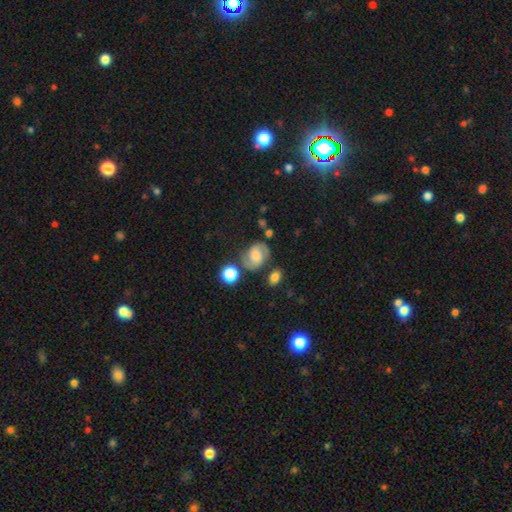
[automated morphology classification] Smooth or featured? Predicted: featured or disk (p=0.59). Edge-on disk? Predicted: no (p=0.97). Bar? Predicted: no (p=0.45). Spiral arms? Predicted: yes (p=0.90). Spiral winding? Predicted: medium (p=0.52). Spiral arm count? Predicted: 2 (p=0.88). Bulge size? Predicted: moderate (p=0.33). Merging? Predicted: none (p=0.68).